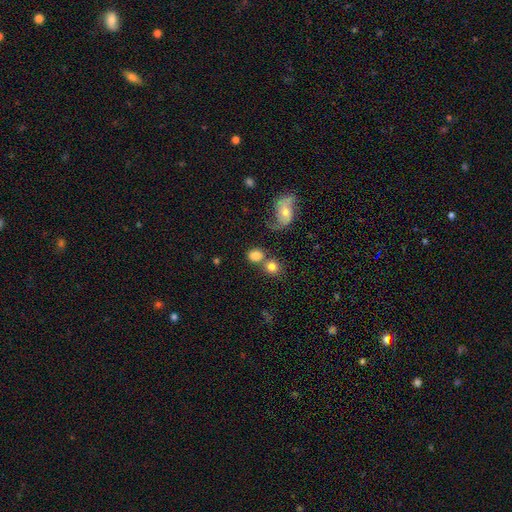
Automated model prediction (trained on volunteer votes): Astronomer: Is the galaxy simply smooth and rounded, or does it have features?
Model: smooth — 79%.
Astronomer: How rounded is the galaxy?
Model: round — 66%.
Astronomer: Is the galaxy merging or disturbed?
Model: none — 49% (runner-up: merger, 34%).